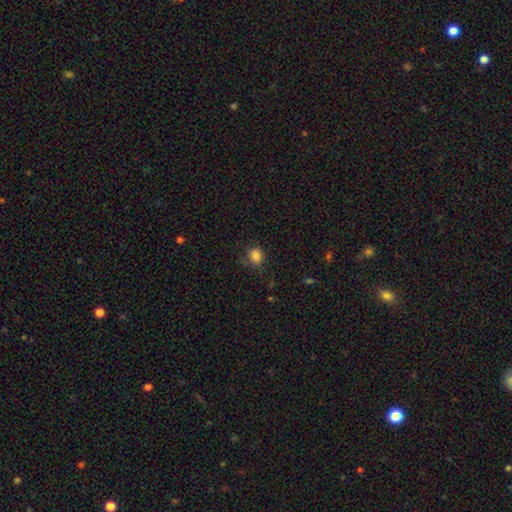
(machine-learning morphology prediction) Smooth or featured? Predicted: smooth (p=0.83). How rounded? Predicted: round (p=0.62). Merging? Predicted: none (p=0.73).